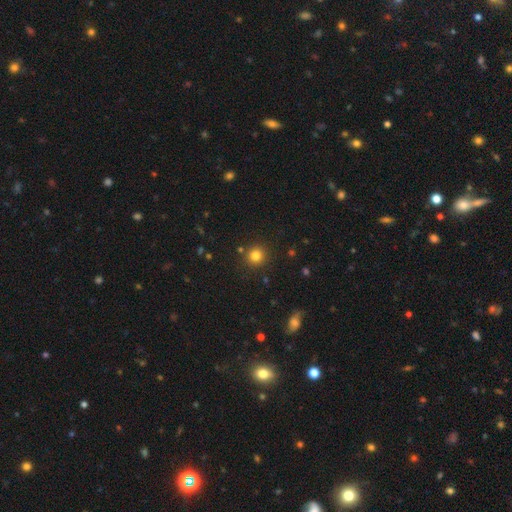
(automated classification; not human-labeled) Smooth or featured?
  - smooth: 81% *
  - star or artifact: 14%
  - featured or disk: 6%
How rounded?
  - round: 93% *
  - in between: 6%
  - cigar-shaped: 1%
Merging?
  - none: 88% *
  - minor disturbance: 7%
  - merger: 4%
  - major disturbance: 2%